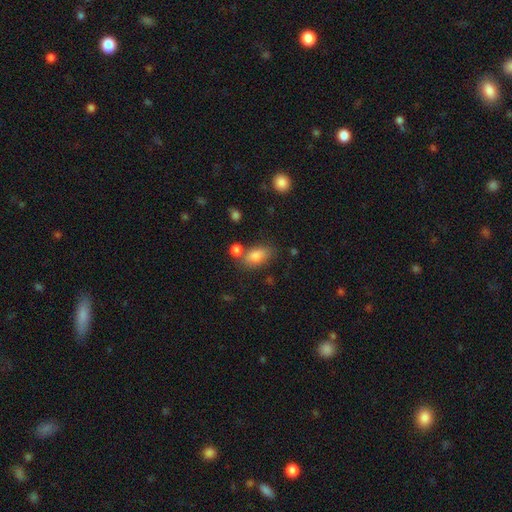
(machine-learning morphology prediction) Smooth or featured: smooth — 83% (star or artifact — 9%)
How rounded: in between — 88% (round — 8%)
Merging: none — 65% (merger — 15%)